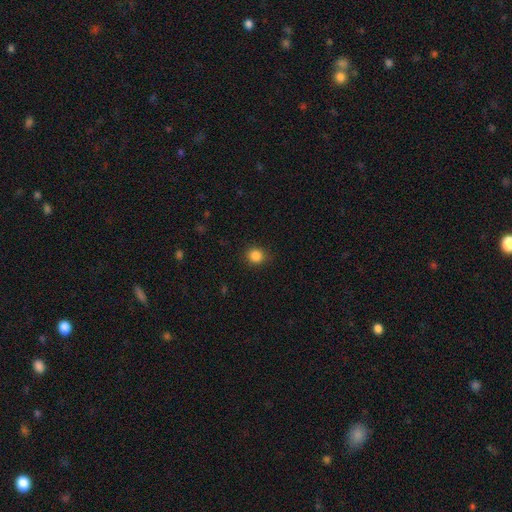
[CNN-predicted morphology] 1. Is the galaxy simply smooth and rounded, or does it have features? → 85% smooth, 12% star or artifact, 4% featured or disk.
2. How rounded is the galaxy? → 87% round, 12% in between, 1% cigar-shaped.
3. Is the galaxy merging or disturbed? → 88% none, 9% minor disturbance, 3% major disturbance, 1% merger.